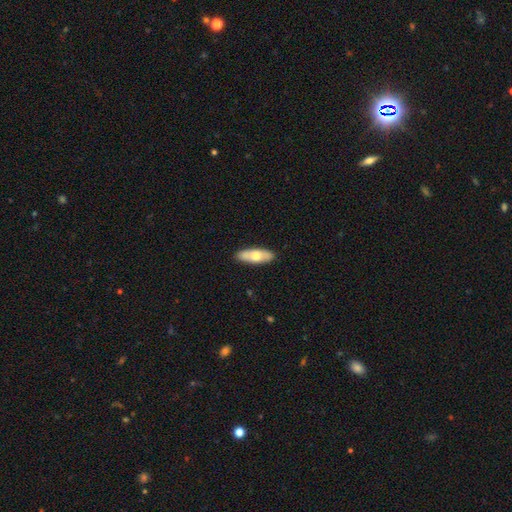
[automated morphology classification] type=smooth (59%); roundness=in between (68%); merging=none (88%).